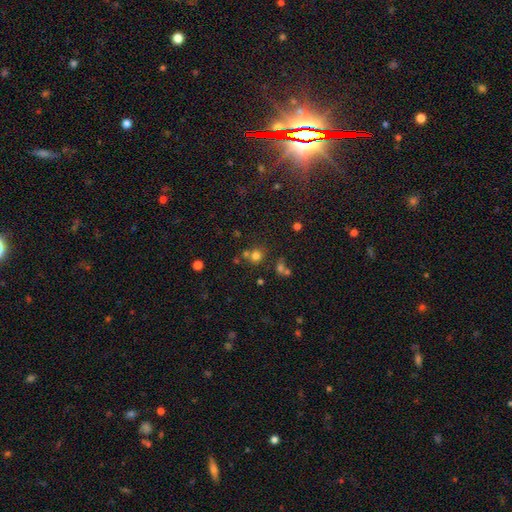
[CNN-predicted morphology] A smooth galaxy with no disk features (71%) that is round (86%). Merging: none (63%).